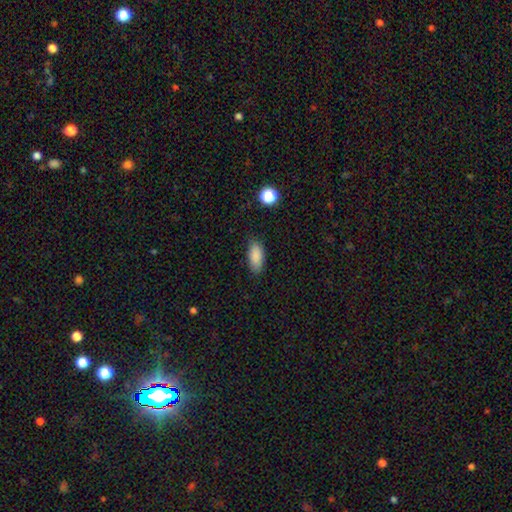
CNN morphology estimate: smooth 87%, star or artifact 8%, featured or disk 5%. Down the decision tree: how rounded — in between (86%); merging — none (83%).